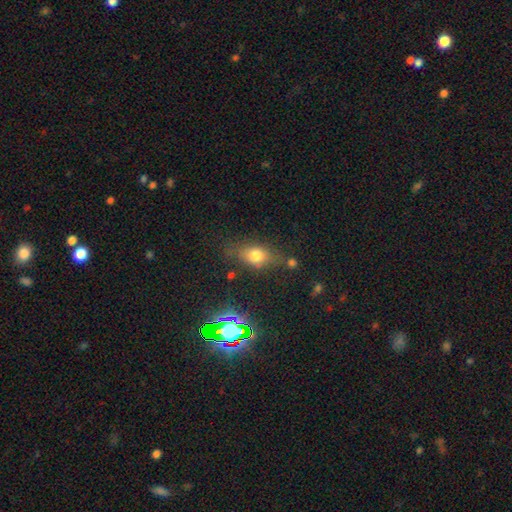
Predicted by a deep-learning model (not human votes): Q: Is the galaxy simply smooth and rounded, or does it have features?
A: smooth — 69%.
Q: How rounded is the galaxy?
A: in between — 67%.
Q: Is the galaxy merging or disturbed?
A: none — 68%.